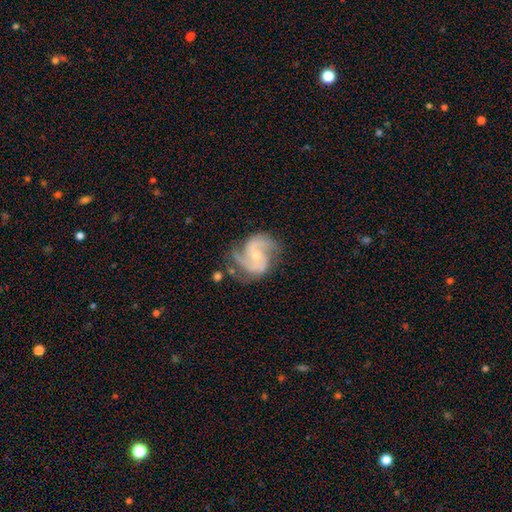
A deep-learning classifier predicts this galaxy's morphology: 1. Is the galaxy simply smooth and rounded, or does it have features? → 87% featured or disk, 7% smooth, 6% star or artifact.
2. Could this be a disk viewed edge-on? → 98% no, 2% yes.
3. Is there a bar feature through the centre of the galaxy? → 58% no, 33% weak, 9% strong.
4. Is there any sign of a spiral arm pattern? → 97% yes, 3% no.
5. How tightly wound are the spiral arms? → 55% medium, 26% tight, 19% loose.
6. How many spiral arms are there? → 52% 2, 31% 3, 7% can't tell, 4% 4, 3% 1, 3% more than 4.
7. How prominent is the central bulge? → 57% small, 39% moderate, 2% none, 1% large, 1% dominant.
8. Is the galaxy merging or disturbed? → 66% none, 22% minor disturbance, 10% major disturbance, 3% merger.